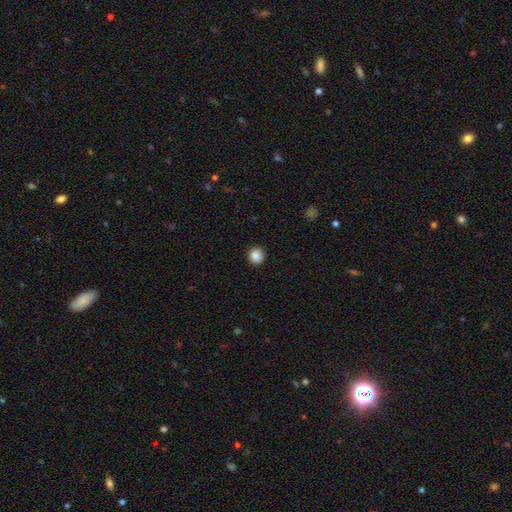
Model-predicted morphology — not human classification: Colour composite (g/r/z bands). It shows a smooth galaxy with no disk features (88%) that is round (93%). Merging: none (92%).